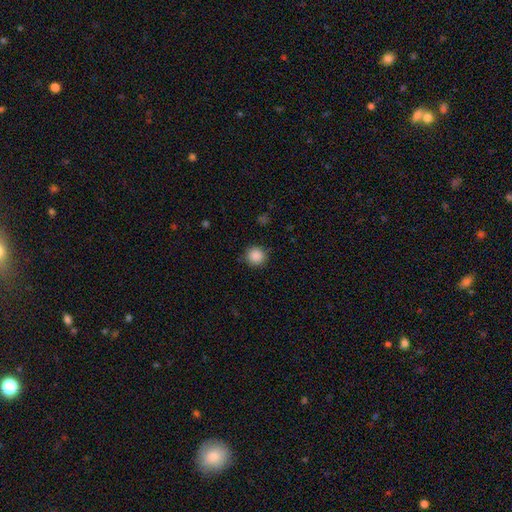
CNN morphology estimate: Smooth or featured: smooth — 88% (star or artifact — 9%)
How rounded: round — 93% (in between — 6%)
Merging: none — 88% (minor disturbance — 9%)